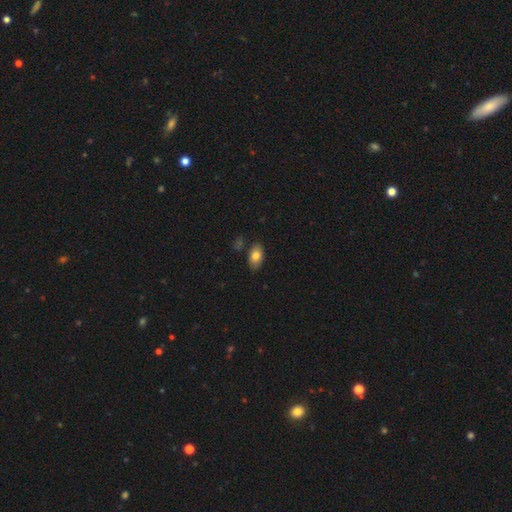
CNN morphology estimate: smooth_or_featured: smooth (p=0.80) [alt: featured or disk p=0.13]
how_rounded: in between (p=0.92) [alt: round p=0.06]
merging: none (p=0.82) [alt: minor disturbance p=0.12]